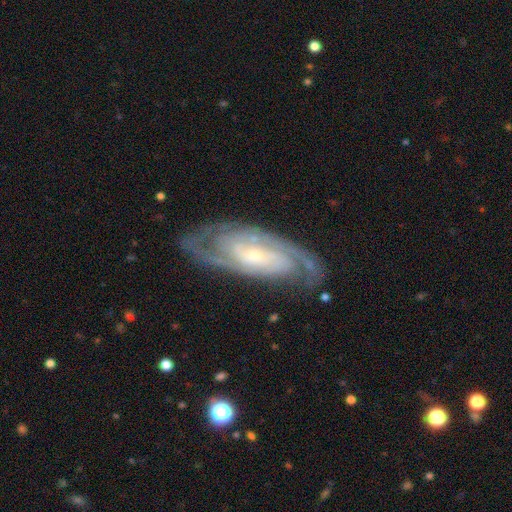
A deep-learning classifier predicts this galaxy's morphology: This appears to be a featured or disk galaxy (88%) with no bar (51%), 2 (51%) tight (61%) spiral arms (97%) and a small central bulge (69%). Merging: none (78%).